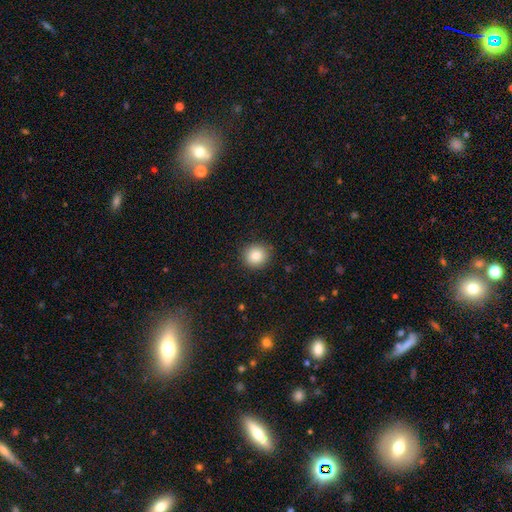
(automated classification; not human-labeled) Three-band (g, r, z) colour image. It shows a smooth galaxy with no disk features (84%) that is round (91%). Merging: none (89%).